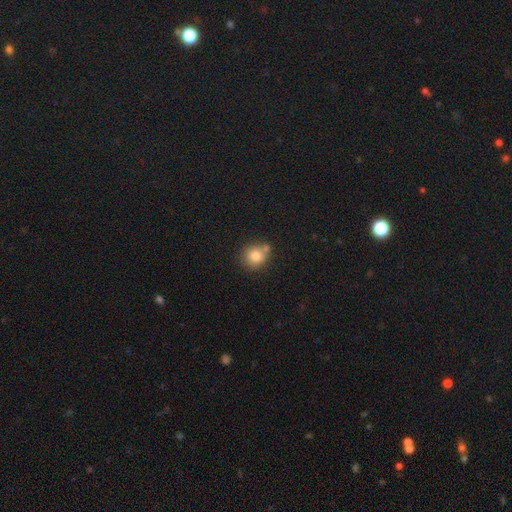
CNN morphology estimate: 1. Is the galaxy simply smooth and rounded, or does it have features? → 80% smooth, 10% featured or disk, 10% star or artifact.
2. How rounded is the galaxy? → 81% round, 18% in between, 1% cigar-shaped.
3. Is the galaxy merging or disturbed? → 55% none, 24% merger, 17% minor disturbance, 4% major disturbance.